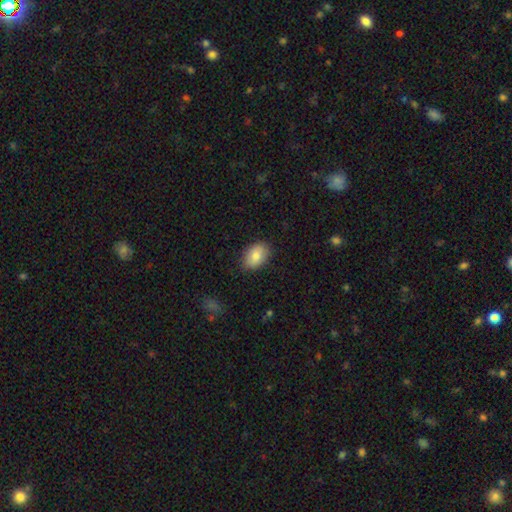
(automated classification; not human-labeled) Smooth or featured? Predicted: smooth (p=0.83). How rounded? Predicted: in between (p=0.87). Merging? Predicted: none (p=0.84).